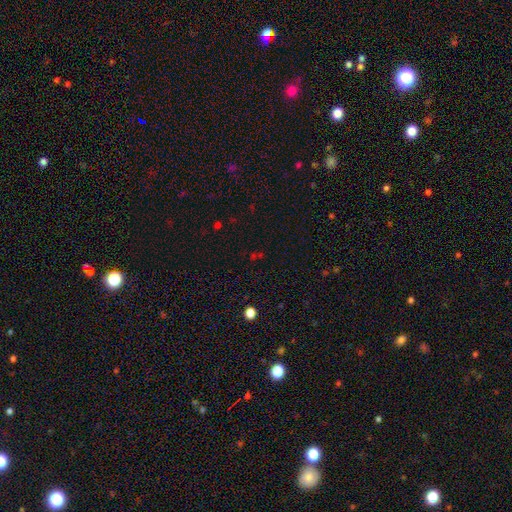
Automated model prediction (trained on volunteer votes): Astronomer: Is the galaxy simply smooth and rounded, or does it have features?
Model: star or artifact — 59%.